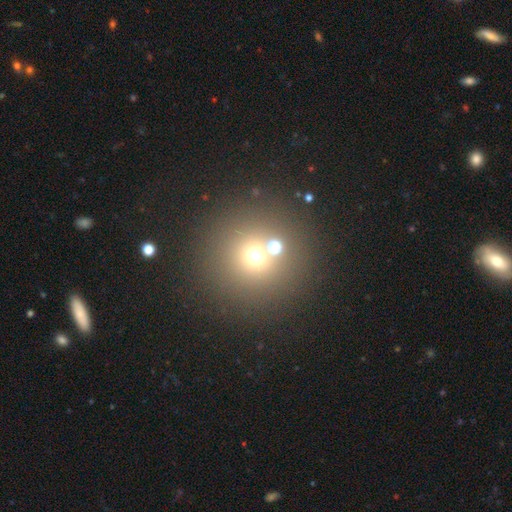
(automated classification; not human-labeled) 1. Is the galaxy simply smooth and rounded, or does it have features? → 64% smooth, 25% star or artifact, 11% featured or disk.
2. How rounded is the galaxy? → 94% round, 5% in between, 1% cigar-shaped.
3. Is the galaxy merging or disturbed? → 71% none, 18% merger, 7% minor disturbance, 4% major disturbance.